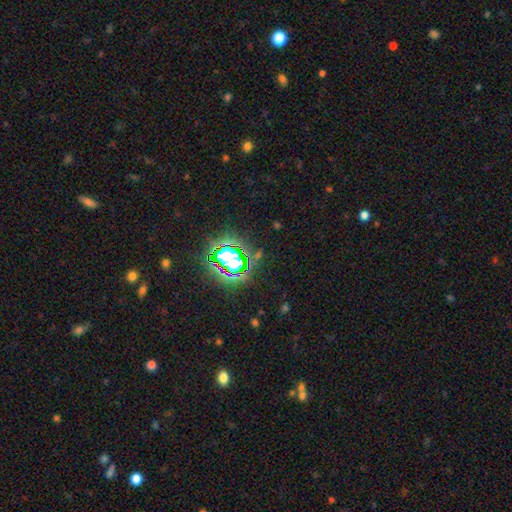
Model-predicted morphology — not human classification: The model was most divided on "smooth or featured": star or artifact: 72%, smooth: 18%, featured or disk: 10%.